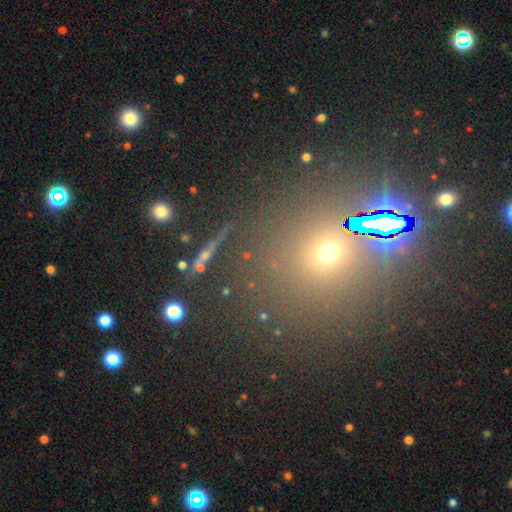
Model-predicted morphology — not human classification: Q: Smooth or featured?
A: star or artifact (62%); runner-up: smooth (28%)